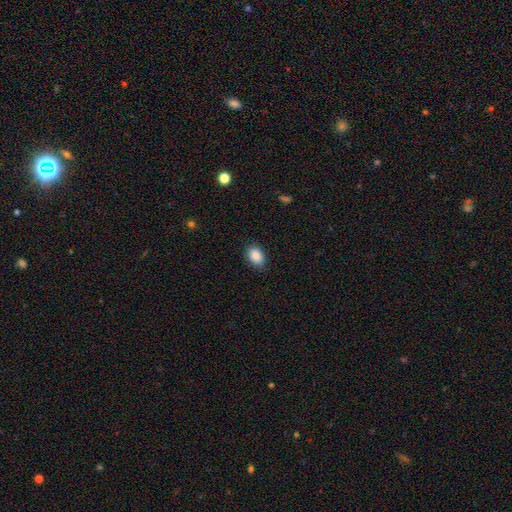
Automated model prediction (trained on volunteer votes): The model was most divided on "how rounded": in between: 83%, round: 16%, cigar-shaped: 1%. More confident: smooth or featured — smooth (89%); merging — none (84%).